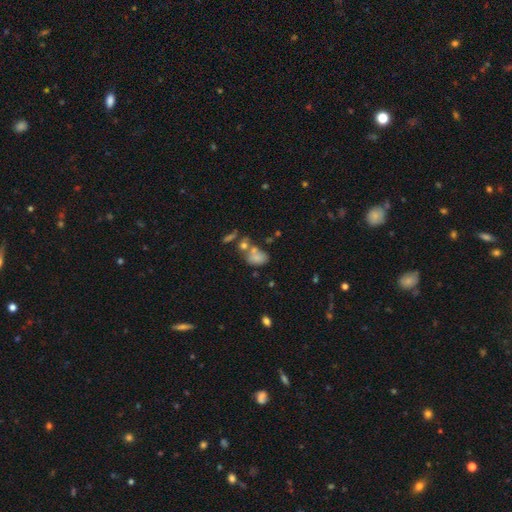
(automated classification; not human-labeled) This appears to be a smooth galaxy with no disk features (70%) that is in between round and cigar-shaped (76%). Merging: merger (42%).